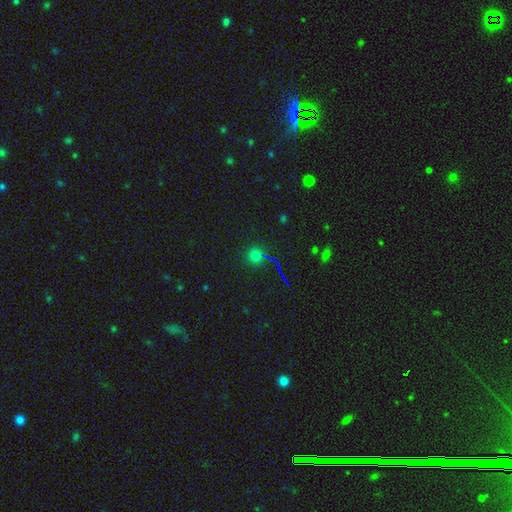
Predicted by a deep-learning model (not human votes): smooth-or-featured: smooth: 65% | star or artifact: 29% | featured or disk: 6%
  how-rounded: round: 91% | in between: 8% | cigar-shaped: 1%
  merging: none: 85% | minor disturbance: 9% | major disturbance: 3% | merger: 3%